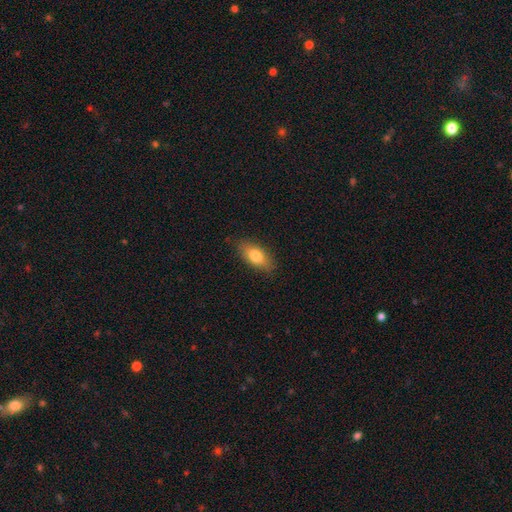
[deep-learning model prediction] A smooth galaxy with no disk features (77%) that is in between round and cigar-shaped (84%). Merging: none (84%).